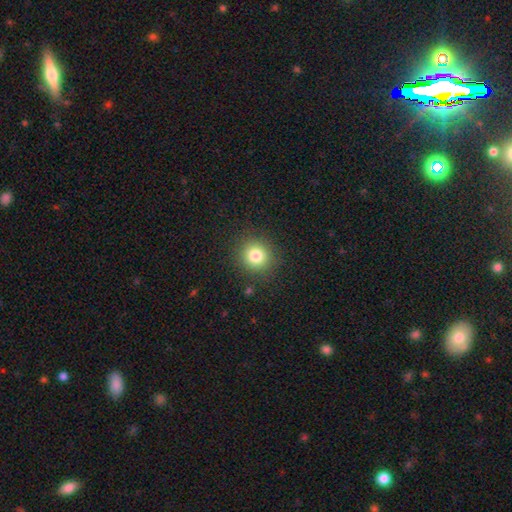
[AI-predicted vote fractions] Q: Smooth or featured?
A: smooth (80%); runner-up: star or artifact (13%)
Q: How rounded?
A: round (90%); runner-up: in between (9%)
Q: Merging?
A: none (89%); runner-up: minor disturbance (7%)